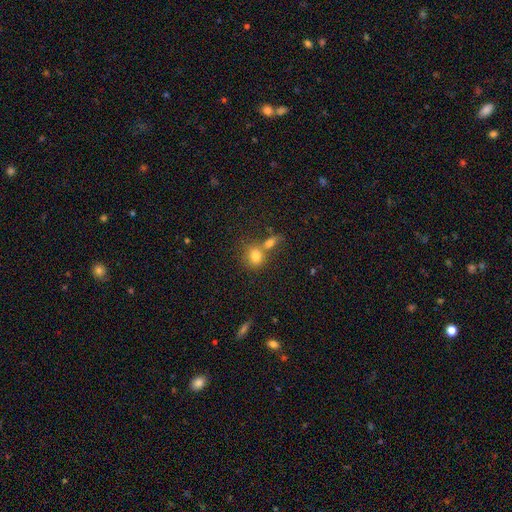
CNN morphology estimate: Q: Smooth or featured?
A: smooth (80%); runner-up: star or artifact (11%)
Q: How rounded?
A: round (65%); runner-up: in between (33%)
Q: Merging?
A: merger (45%); runner-up: none (41%)